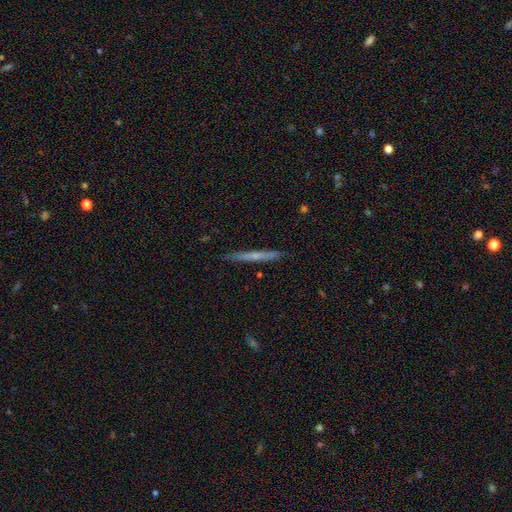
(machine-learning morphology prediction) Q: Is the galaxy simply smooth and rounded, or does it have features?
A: smooth — 49%.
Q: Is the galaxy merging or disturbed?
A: none — 89%.